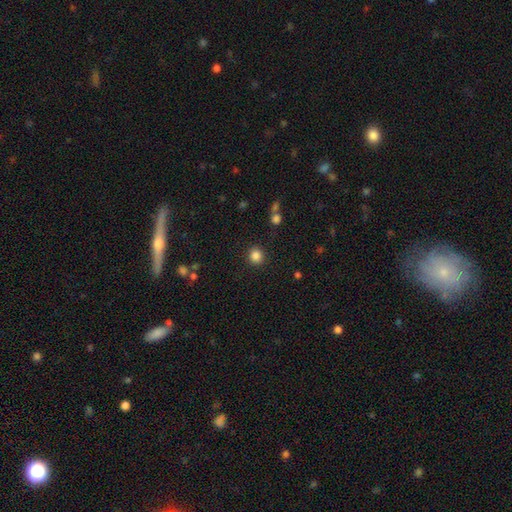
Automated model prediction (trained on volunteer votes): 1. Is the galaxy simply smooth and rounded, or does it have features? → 85% smooth, 11% star or artifact, 4% featured or disk.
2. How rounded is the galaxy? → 89% round, 10% in between, 1% cigar-shaped.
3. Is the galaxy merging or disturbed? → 89% none, 6% minor disturbance, 3% major disturbance, 2% merger.